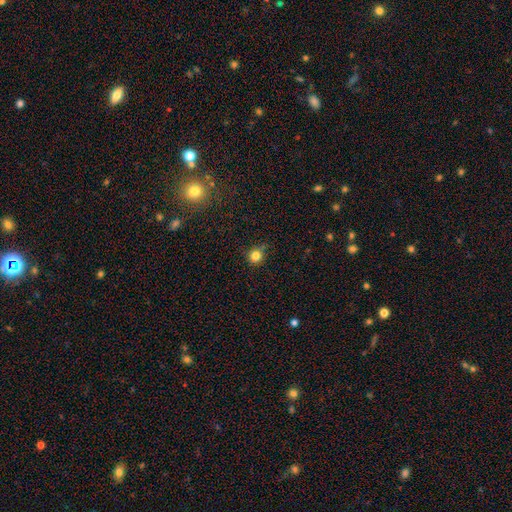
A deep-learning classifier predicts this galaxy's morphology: Smooth or featured? Predicted: smooth (p=0.82). How rounded? Predicted: round (p=0.92). Merging? Predicted: none (p=0.78).